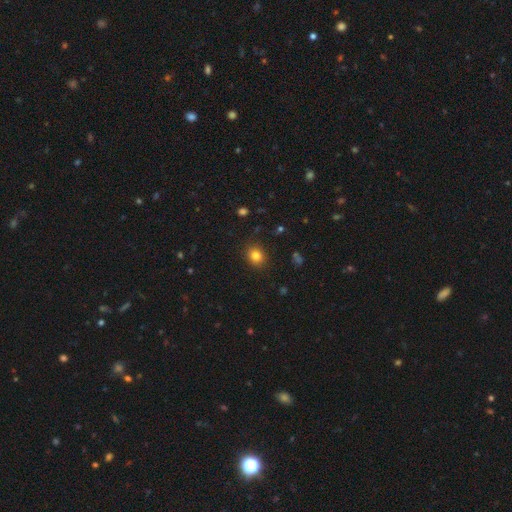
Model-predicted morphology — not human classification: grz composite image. It shows a smooth galaxy with no disk features (82%) that is round (69%). Merging: none (89%).